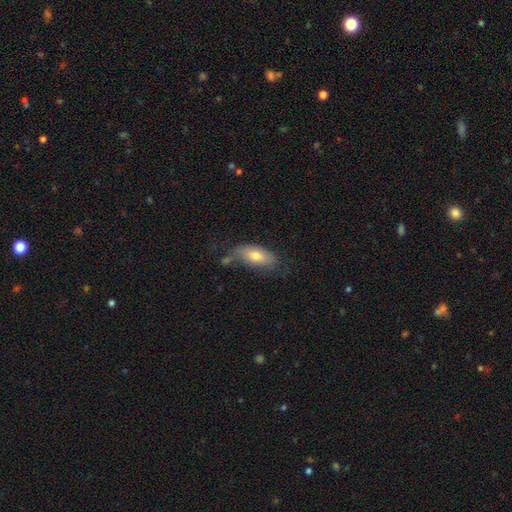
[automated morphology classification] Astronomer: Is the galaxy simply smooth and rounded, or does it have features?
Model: smooth — 64%.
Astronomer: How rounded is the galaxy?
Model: in between — 81%.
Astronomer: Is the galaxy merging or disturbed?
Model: none — 52% (runner-up: minor disturbance, 27%).